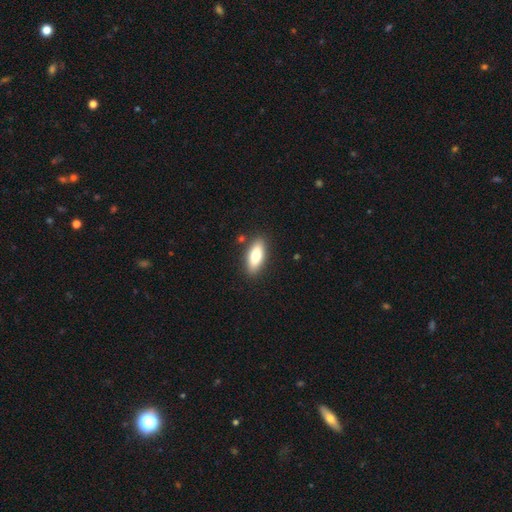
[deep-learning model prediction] A smooth galaxy with no disk features (77%) that is in between round and cigar-shaped (77%). Merging: none (87%).